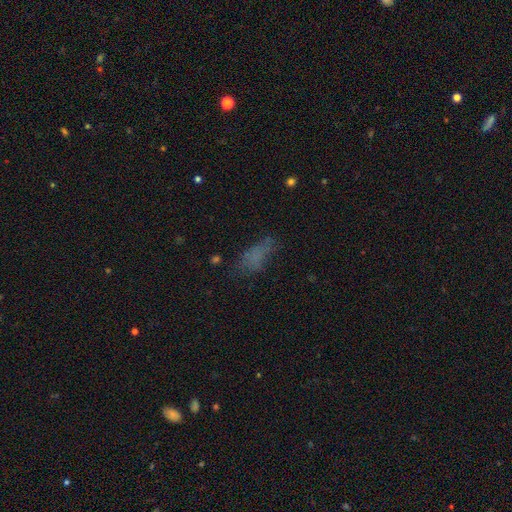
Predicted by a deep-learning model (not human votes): Smooth or featured?
  - smooth: 62% *
  - featured or disk: 20%
  - star or artifact: 18%
How rounded?
  - in between: 72% *
  - cigar-shaped: 24%
  - round: 4%
Merging?
  - none: 52% *
  - minor disturbance: 25%
  - major disturbance: 20%
  - merger: 3%